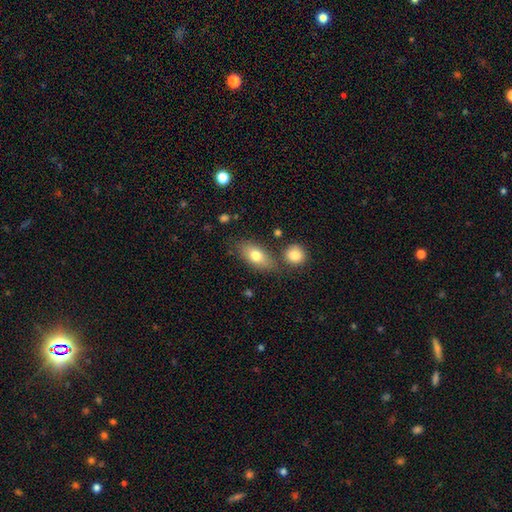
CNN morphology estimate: Smooth or featured? Predicted: smooth (p=0.75). How rounded? Predicted: in between (p=0.84). Merging? Predicted: none (p=0.69).